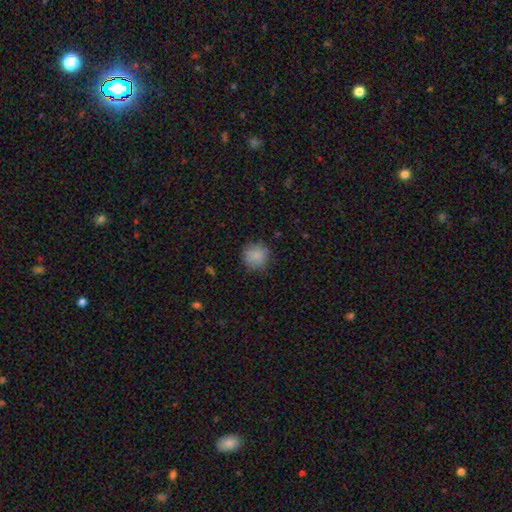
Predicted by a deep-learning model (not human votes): A smooth galaxy with no disk features (86%) that is round (93%).

Vote fractions:
- Smooth or featured? smooth: 86% / star or artifact: 9% / featured or disk: 5%
- How rounded? round: 93% / in between: 6% / cigar-shaped: 1%
- Merging? none: 84% / minor disturbance: 12% / major disturbance: 3% / merger: 1%